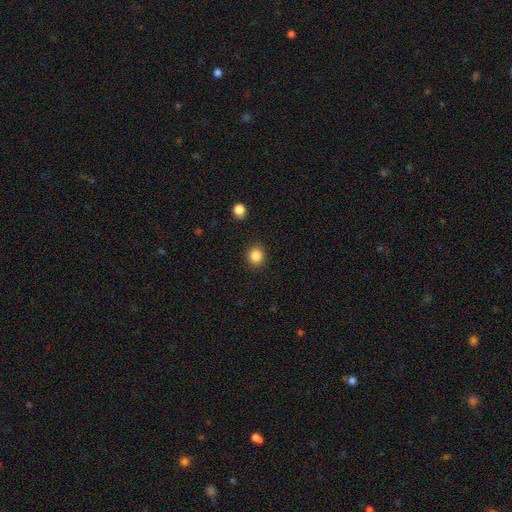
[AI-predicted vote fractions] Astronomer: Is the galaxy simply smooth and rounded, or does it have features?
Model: smooth — 86%.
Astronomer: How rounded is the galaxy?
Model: round — 83%.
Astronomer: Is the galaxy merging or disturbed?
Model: none — 89%.